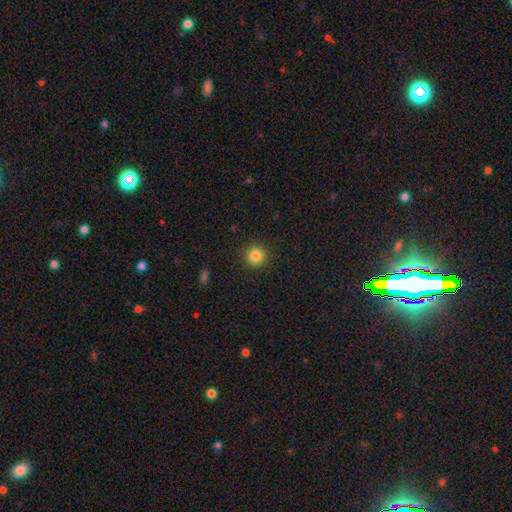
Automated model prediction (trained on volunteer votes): A smooth galaxy with no disk features (84%) that is round (94%). Merging: none (91%).